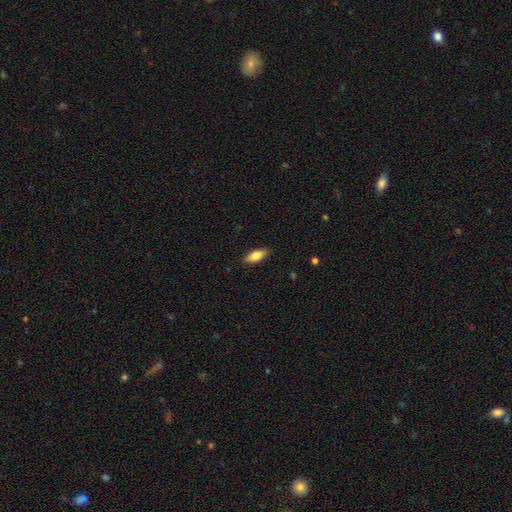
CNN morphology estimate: This is likely a smooth galaxy (80%). How rounded: likely in between (76%). Merging: clearly none (87%).